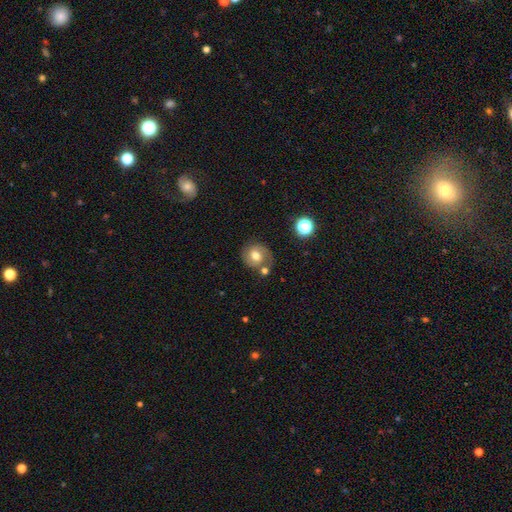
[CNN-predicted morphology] smooth 51%, featured or disk 38%, star or artifact 12%. Down the decision tree: how rounded — round (78%); merging — none (64%).